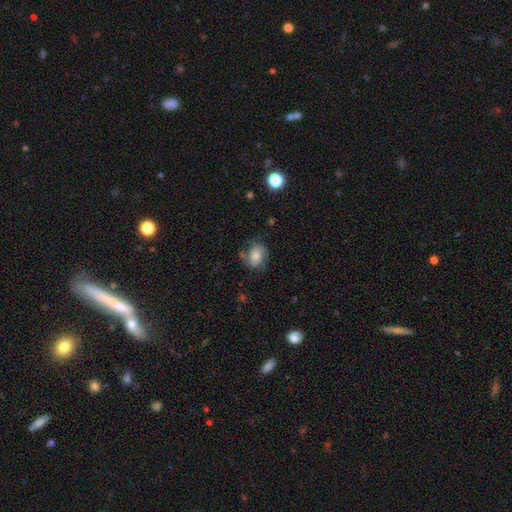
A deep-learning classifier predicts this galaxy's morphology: A smooth galaxy with no disk features (55%) that is in between round and cigar-shaped (67%).

Vote fractions:
- Smooth or featured? smooth: 55% / featured or disk: 35% / star or artifact: 9%
- How rounded? in between: 67% / round: 31% / cigar-shaped: 1%
- Merging? none: 55% / minor disturbance: 26% / major disturbance: 14% / merger: 5%